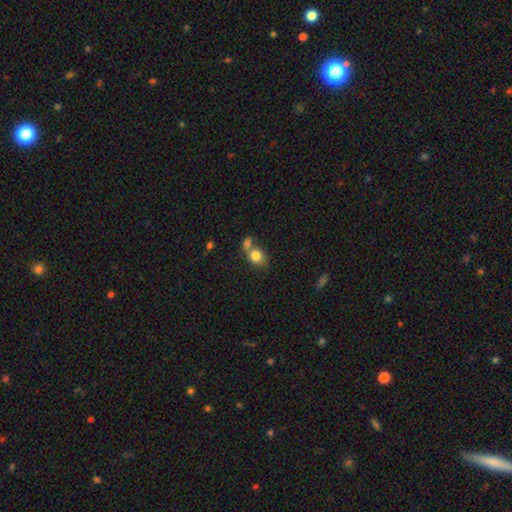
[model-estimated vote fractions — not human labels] Overall: smooth (80%). How rounded: round (54%; in between 45%). Merging: merger (42%; none 41%).